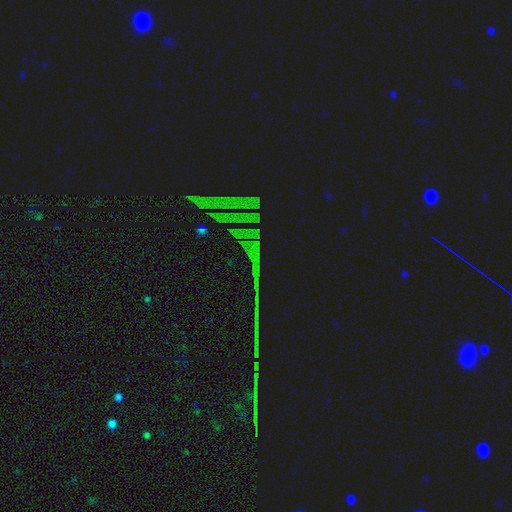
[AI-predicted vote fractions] This is clearly a star or artifact rather than a galaxy (87%).